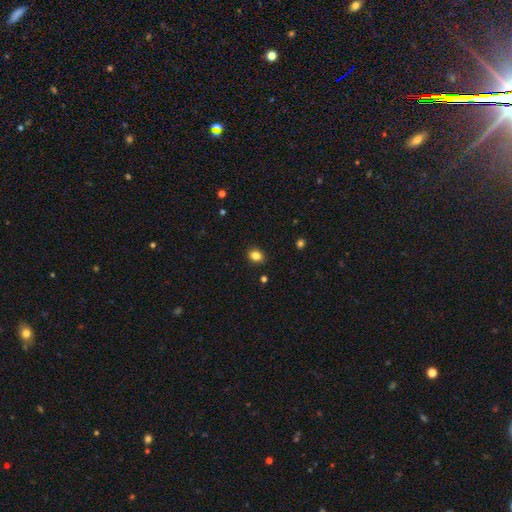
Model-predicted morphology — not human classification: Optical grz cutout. It shows a smooth galaxy with no disk features (83%) that is in between round and cigar-shaped (57%). Merging: none (88%).